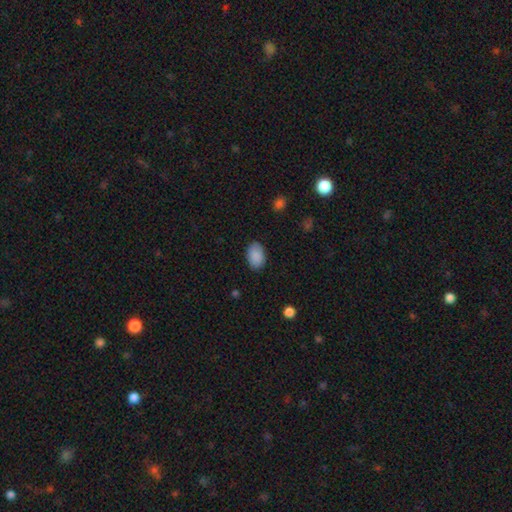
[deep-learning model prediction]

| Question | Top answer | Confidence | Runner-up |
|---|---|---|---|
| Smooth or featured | smooth | 89% | star or artifact (7%) |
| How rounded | in between | 88% | round (11%) |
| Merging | none | 86% | minor disturbance (10%) |